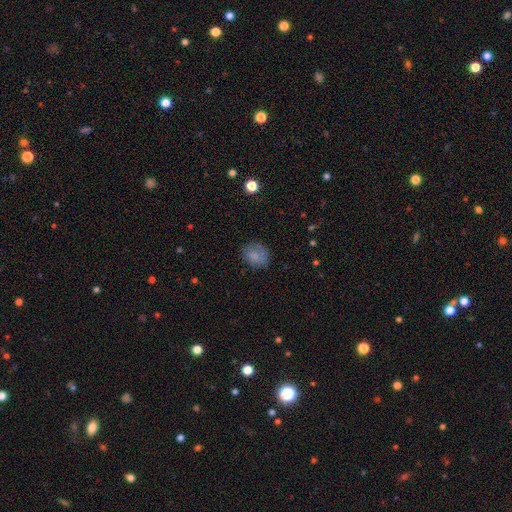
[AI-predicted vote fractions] The model was most divided on "how rounded": round: 53%, in between: 46%, cigar-shaped: 1%. More confident: smooth or featured — smooth (71%); merging — none (64%).